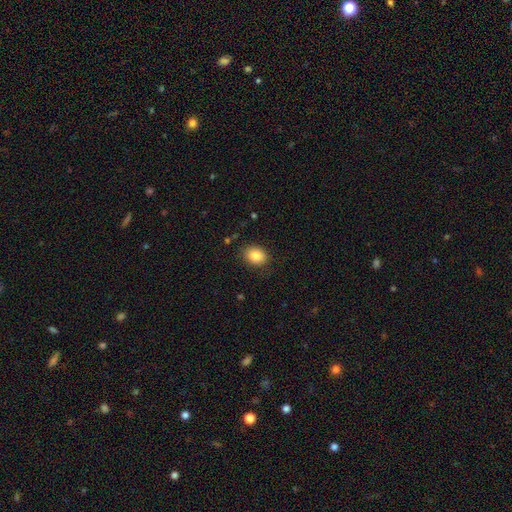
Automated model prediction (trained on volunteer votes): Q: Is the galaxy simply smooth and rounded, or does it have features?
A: smooth — 85%.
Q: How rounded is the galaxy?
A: in between — 56%.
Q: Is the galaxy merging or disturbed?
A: none — 85%.